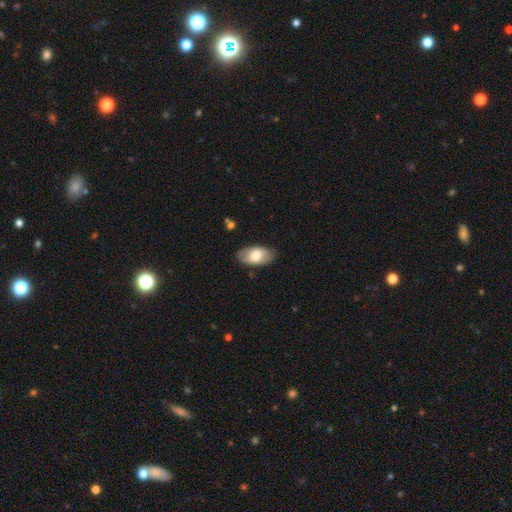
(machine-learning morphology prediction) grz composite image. It shows a smooth galaxy with no disk features (64%) that is in between round and cigar-shaped (94%). Merging: none (80%).